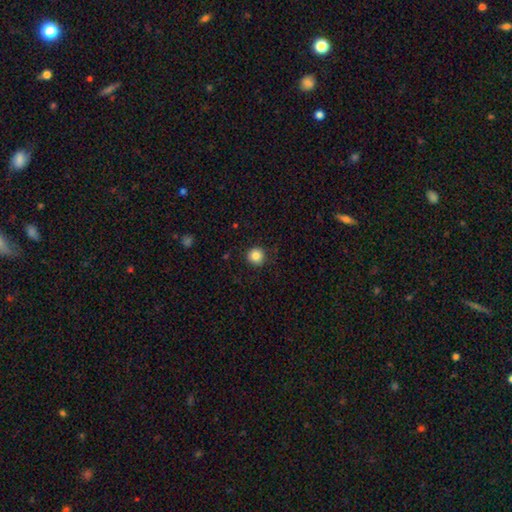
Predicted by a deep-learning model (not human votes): smooth-or-featured: smooth: 85% | star or artifact: 10% | featured or disk: 4%
  how-rounded: round: 95% | in between: 4% | cigar-shaped: 1%
  merging: none: 90% | minor disturbance: 7% | major disturbance: 2% | merger: 1%